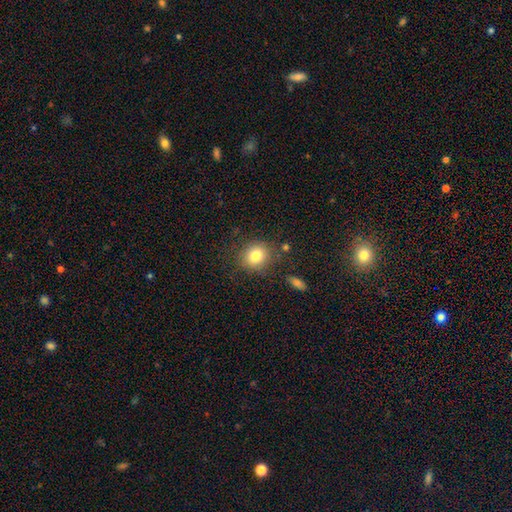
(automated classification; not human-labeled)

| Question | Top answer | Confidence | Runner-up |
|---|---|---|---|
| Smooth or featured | smooth | 81% | star or artifact (10%) |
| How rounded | round | 78% | in between (21%) |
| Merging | none | 81% | minor disturbance (12%) |